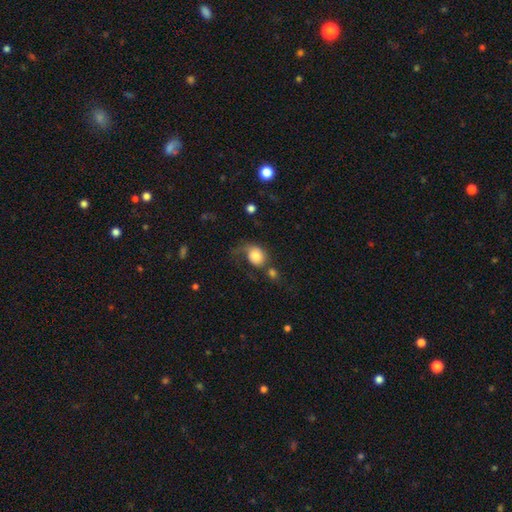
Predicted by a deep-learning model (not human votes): Smooth or featured? Predicted: smooth (p=0.75). How rounded? Predicted: round (p=0.63). Merging? Predicted: major disturbance (p=0.32, tied with none).